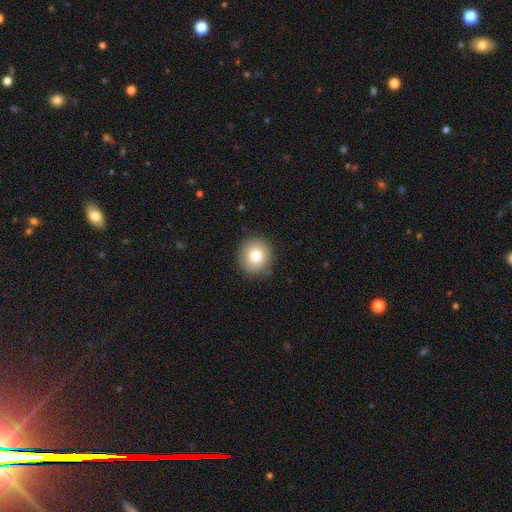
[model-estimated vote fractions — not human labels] A smooth galaxy with no disk features (79%) that is round (88%).

Vote fractions:
- Smooth or featured? smooth: 79% / featured or disk: 11% / star or artifact: 10%
- How rounded? round: 88% / in between: 11% / cigar-shaped: 1%
- Merging? none: 89% / minor disturbance: 8% / major disturbance: 2% / merger: 1%